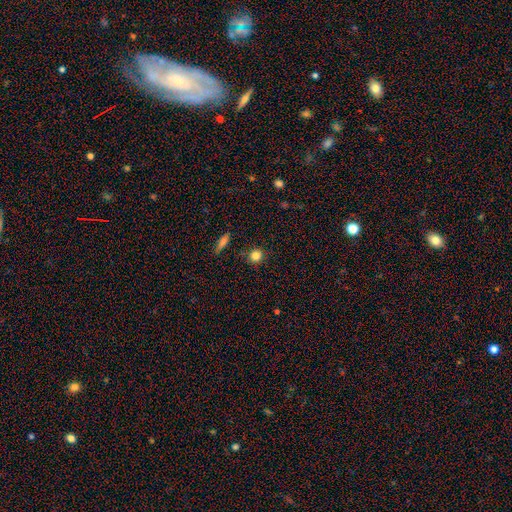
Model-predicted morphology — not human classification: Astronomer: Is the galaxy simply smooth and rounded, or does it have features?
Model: smooth — 83%.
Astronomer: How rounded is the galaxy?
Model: round — 89%.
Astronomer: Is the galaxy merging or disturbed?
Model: none — 87%.